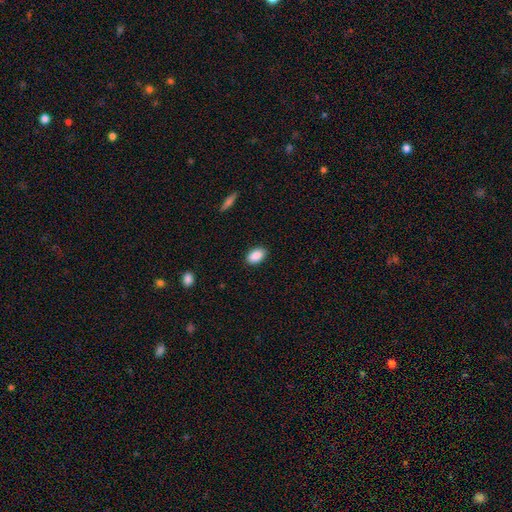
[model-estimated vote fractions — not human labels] smooth-or-featured: smooth: 89% | star or artifact: 7% | featured or disk: 4%
  how-rounded: in between: 90% | round: 8% | cigar-shaped: 2%
  merging: none: 89% | minor disturbance: 8% | major disturbance: 2% | merger: 1%